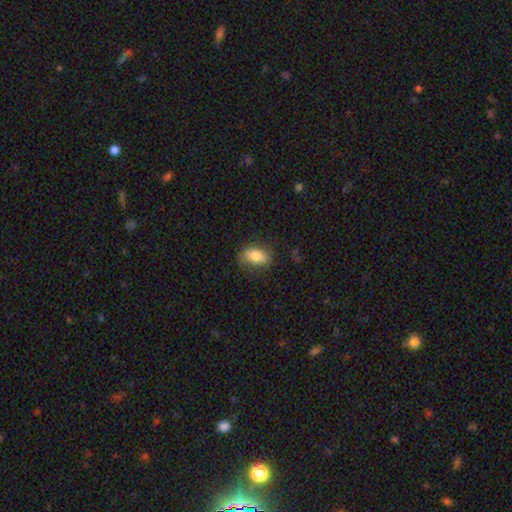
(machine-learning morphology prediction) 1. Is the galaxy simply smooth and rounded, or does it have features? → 77% smooth, 16% featured or disk, 7% star or artifact.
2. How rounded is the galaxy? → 87% in between, 9% round, 4% cigar-shaped.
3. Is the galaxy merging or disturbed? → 74% none, 18% minor disturbance, 7% major disturbance, 1% merger.